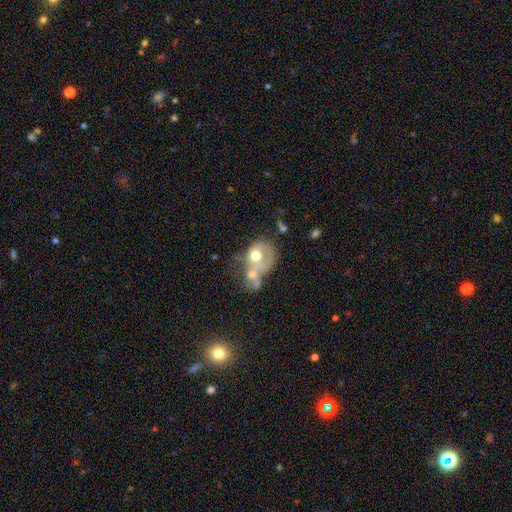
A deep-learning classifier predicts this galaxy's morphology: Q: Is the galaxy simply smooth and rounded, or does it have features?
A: smooth — 52%.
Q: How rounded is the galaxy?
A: round — 54%.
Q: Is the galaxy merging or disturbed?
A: merger — 60%.